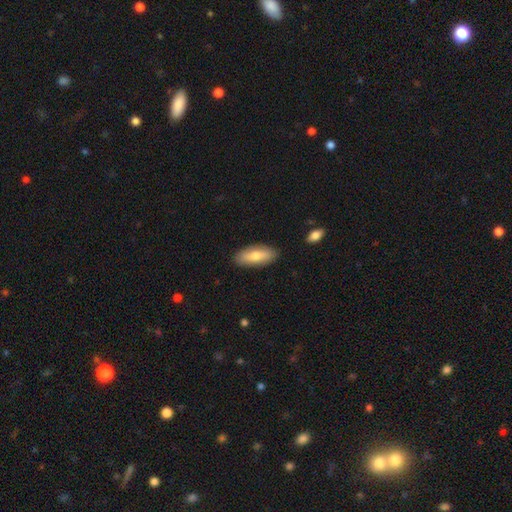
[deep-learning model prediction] This is likely a smooth galaxy (73%). How rounded: likely in between (74%). Merging: clearly none (88%).